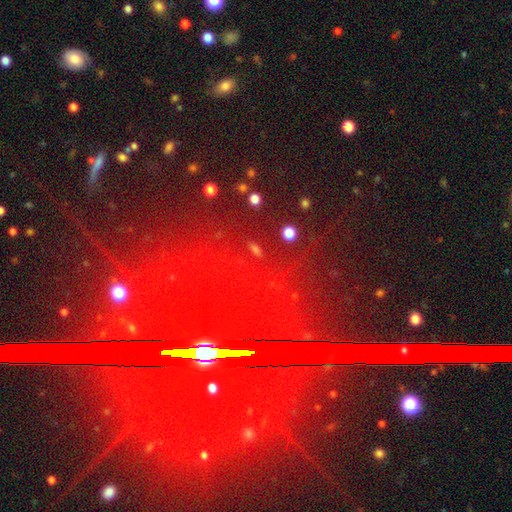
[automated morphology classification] The model was most divided on "smooth or featured": star or artifact: 77%, featured or disk: 15%, smooth: 8%.